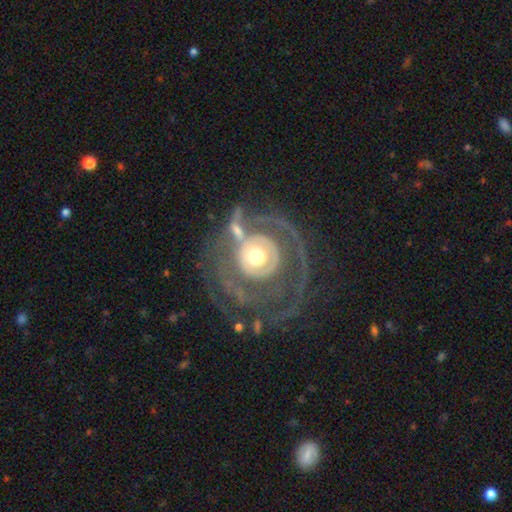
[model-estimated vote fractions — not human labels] smooth_or_featured: featured or disk (p=0.80) [alt: smooth p=0.14]
disk_edge_on: no (p=0.96) [alt: yes p=0.04]
bar: no (p=0.83) [alt: weak p=0.12]
has_spiral_arms: yes (p=0.75) [alt: no p=0.25]
spiral_winding: tight (p=0.55) [alt: medium p=0.26]
spiral_arm_count: can't tell (p=0.35) [alt: 2 p=0.24]
bulge_size: moderate (p=0.61) [alt: large p=0.22]
merging: none (p=0.42) [alt: major disturbance p=0.30]